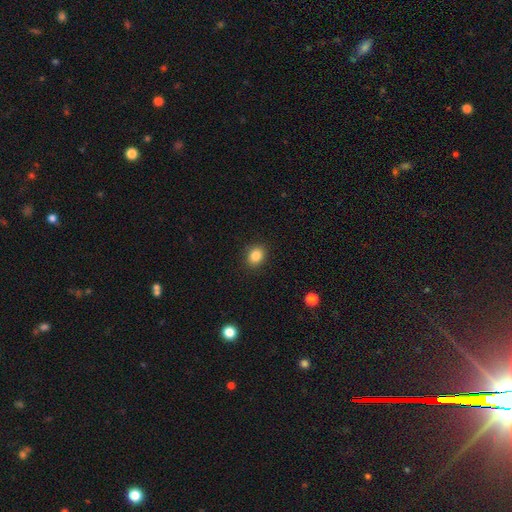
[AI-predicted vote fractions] Smooth or featured?
  - smooth: 85% *
  - star or artifact: 10%
  - featured or disk: 5%
How rounded?
  - round: 55% *
  - in between: 44%
  - cigar-shaped: 1%
Merging?
  - none: 89% *
  - minor disturbance: 8%
  - major disturbance: 2%
  - merger: 1%